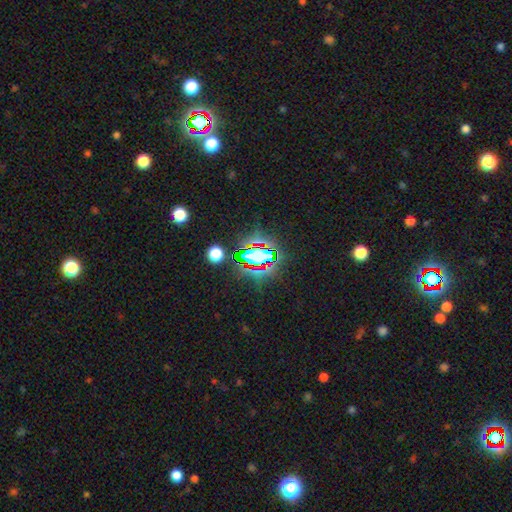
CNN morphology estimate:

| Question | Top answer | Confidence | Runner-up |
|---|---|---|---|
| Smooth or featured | star or artifact | 66% | smooth (22%) |